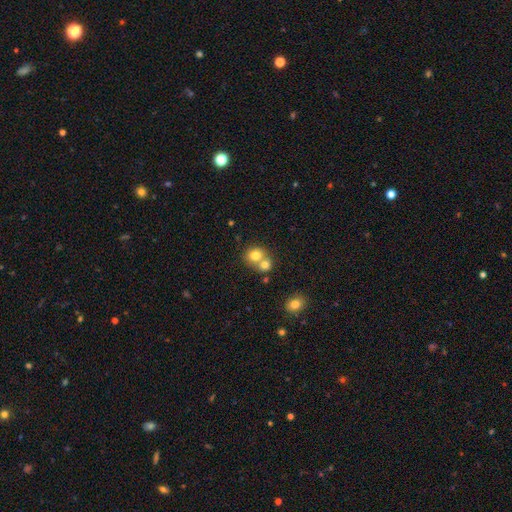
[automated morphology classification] smooth_or_featured: smooth (p=0.76) [alt: featured or disk p=0.13]
how_rounded: round (p=0.73) [alt: in between p=0.26]
merging: merger (p=0.57) [alt: none p=0.35]